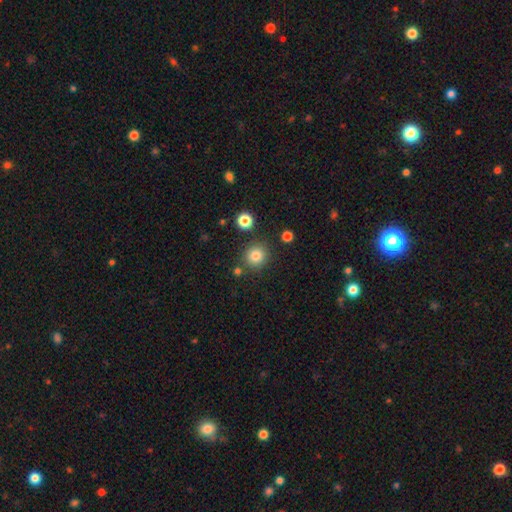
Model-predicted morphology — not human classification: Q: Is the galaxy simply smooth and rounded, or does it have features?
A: smooth — 82%.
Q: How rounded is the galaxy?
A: round — 89%.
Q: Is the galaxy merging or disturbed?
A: none — 84%.